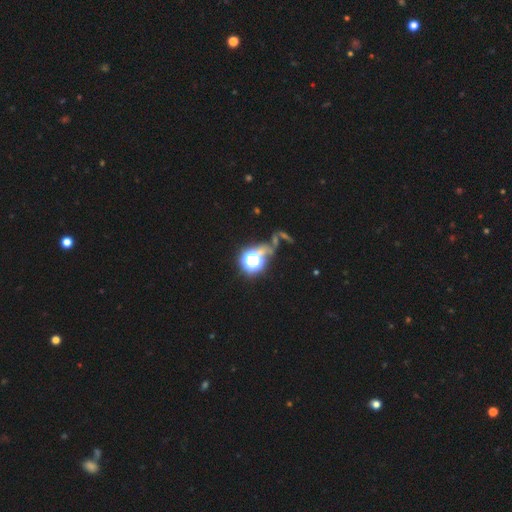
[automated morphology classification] type=star or artifact (66%).